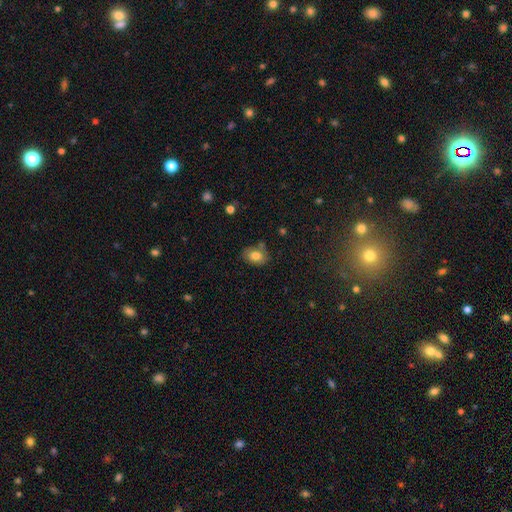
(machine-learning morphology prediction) This appears to be a smooth galaxy with no disk features (79%) that is in between round and cigar-shaped (75%). Merging: none (75%).